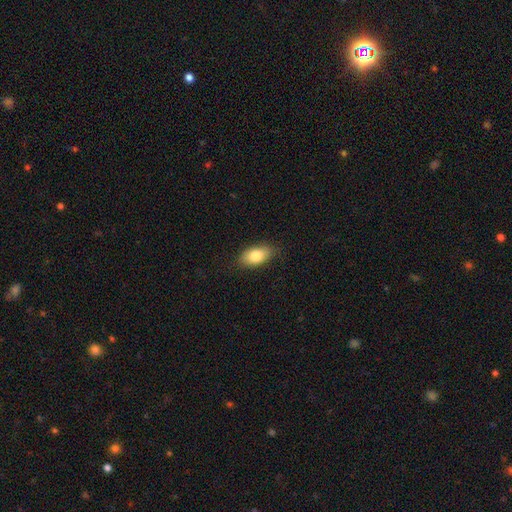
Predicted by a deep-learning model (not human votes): The model was most divided on "merging": none: 83%, minor disturbance: 13%, major disturbance: 3%, merger: 1%. More confident: how rounded — in between (91%); smooth or featured — smooth (82%).